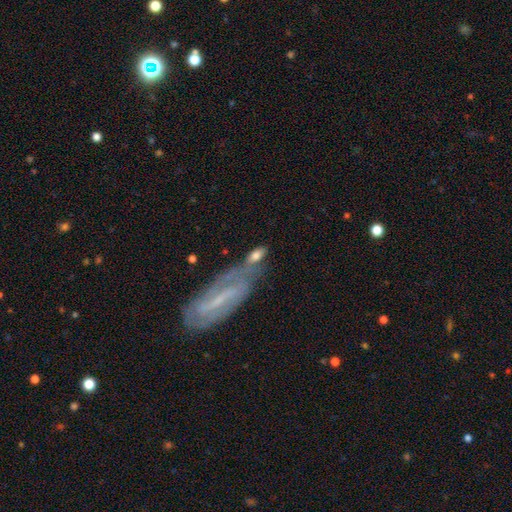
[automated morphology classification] Smooth or featured?
  - smooth: 66% *
  - featured or disk: 27%
  - star or artifact: 7%
How rounded?
  - in between: 78% *
  - cigar-shaped: 16%
  - round: 6%
Merging?
  - none: 39% *
  - merger: 30%
  - minor disturbance: 18%
  - major disturbance: 13%